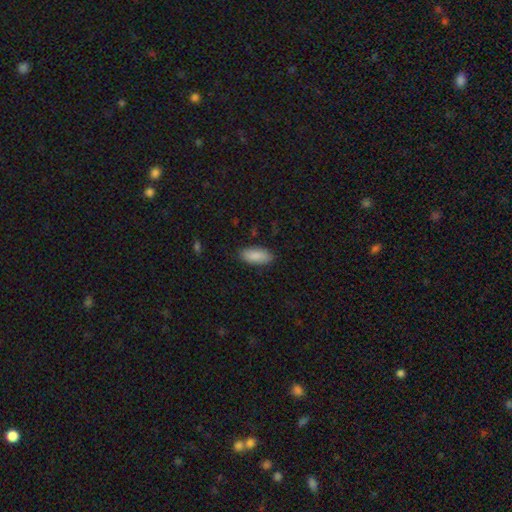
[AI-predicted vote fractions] This appears to be a smooth galaxy with no disk features (89%) that is in between round and cigar-shaped (86%). Merging: none (86%).